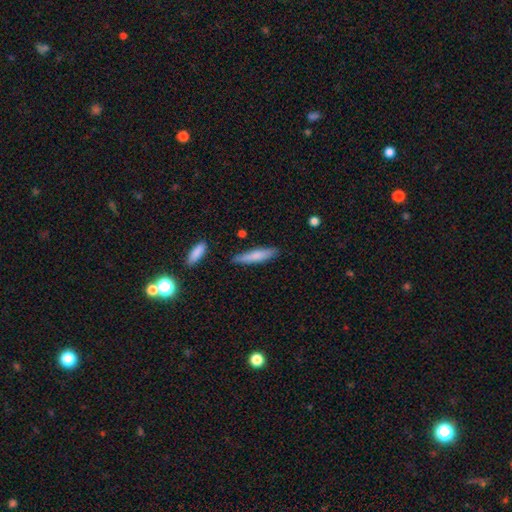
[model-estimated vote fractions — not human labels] smooth 75%, featured or disk 19%, star or artifact 6%. Down the decision tree: how rounded — cigar-shaped (84%); merging — none (82%).